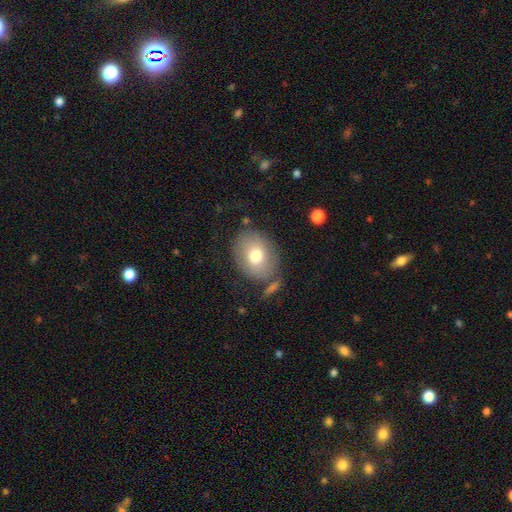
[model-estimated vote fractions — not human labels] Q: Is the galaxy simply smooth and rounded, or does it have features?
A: smooth — 72%.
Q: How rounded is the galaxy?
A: in between — 55%.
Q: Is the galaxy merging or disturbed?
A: none — 70%.